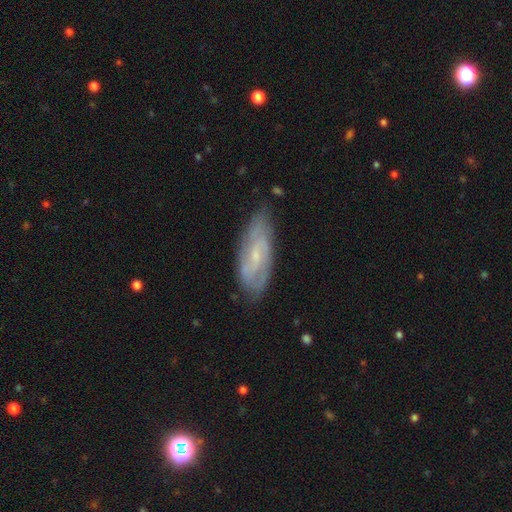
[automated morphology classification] Smooth or featured? Predicted: featured or disk (p=0.71). Edge-on disk? Predicted: no (p=0.87). Bar? Predicted: weak (p=0.47). Spiral arms? Predicted: yes (p=0.87). Spiral winding? Predicted: tight (p=0.44). Spiral arm count? Predicted: 2 (p=0.48). Bulge size? Predicted: small (p=0.72). Merging? Predicted: none (p=0.73).